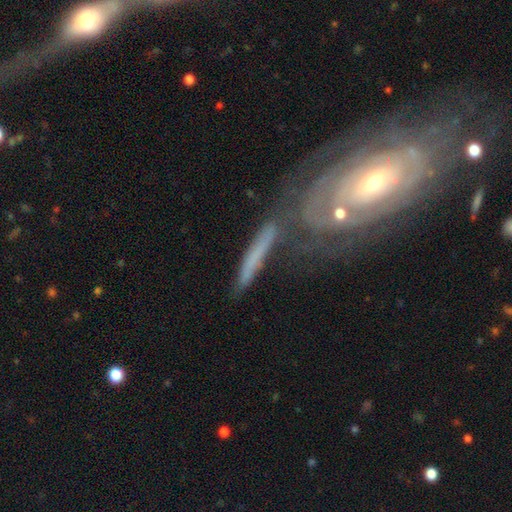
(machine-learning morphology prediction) Smooth or featured?
  - featured or disk: 54% *
  - smooth: 36%
  - star or artifact: 9%
Edge-on disk?
  - no: 58% *
  - yes: 42%
Merging?
  - none: 50% *
  - merger: 24%
  - minor disturbance: 17%
  - major disturbance: 9%